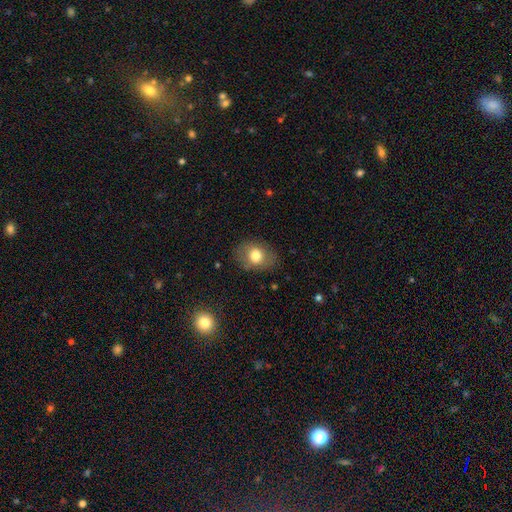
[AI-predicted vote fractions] Overall: smooth (74%). How rounded: in between (59%; round 40%). Merging: none (79%).